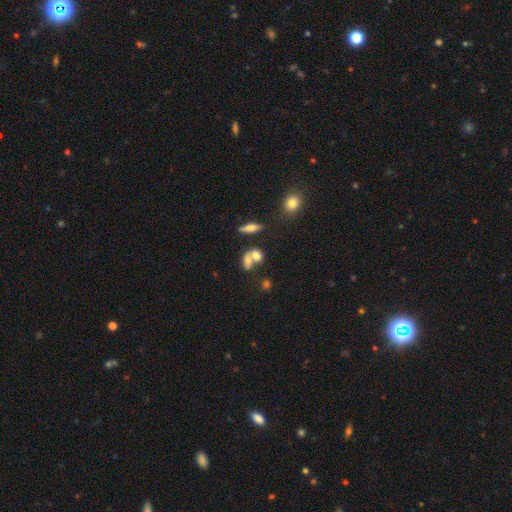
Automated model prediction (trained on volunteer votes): The model was most divided on "merging": merger: 51%, none: 33%, minor disturbance: 10%, major disturbance: 6%. More confident: smooth or featured — smooth (67%); how rounded — in between (59%).